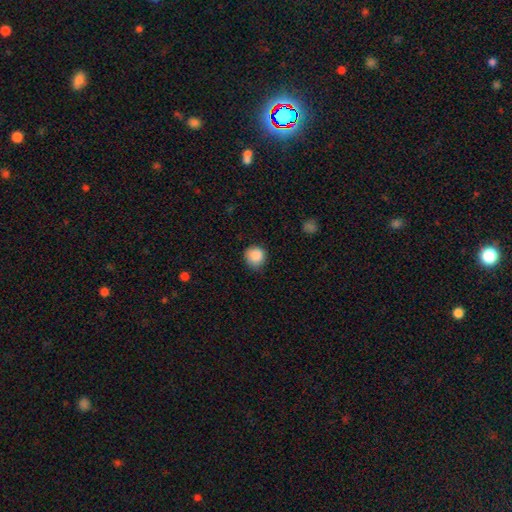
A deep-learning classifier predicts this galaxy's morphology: smooth 88%, star or artifact 9%, featured or disk 3%. Down the decision tree: how rounded — round (91%); merging — none (78%).